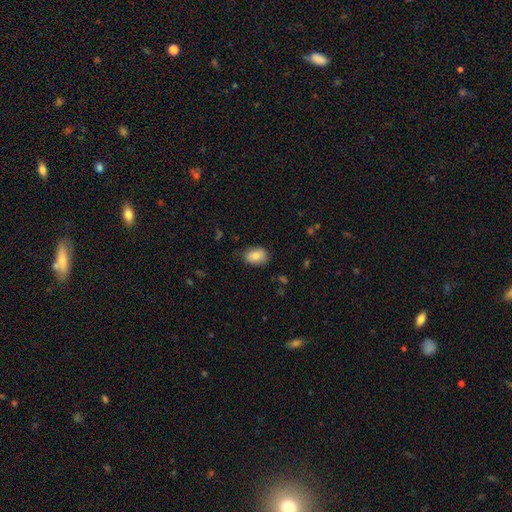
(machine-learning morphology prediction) This is clearly a smooth galaxy (80%). How rounded: likely in between (77%). Merging: likely none (76%).